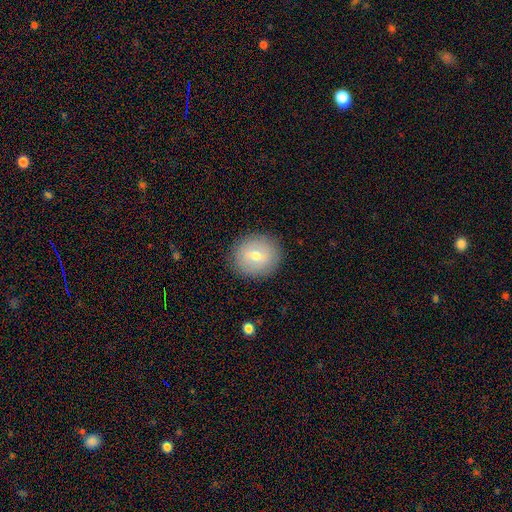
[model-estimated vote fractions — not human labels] Smooth or featured?
  - smooth: 64% *
  - featured or disk: 28%
  - star or artifact: 9%
How rounded?
  - round: 83% *
  - in between: 16%
  - cigar-shaped: 1%
Merging?
  - none: 88% *
  - minor disturbance: 8%
  - major disturbance: 3%
  - merger: 1%